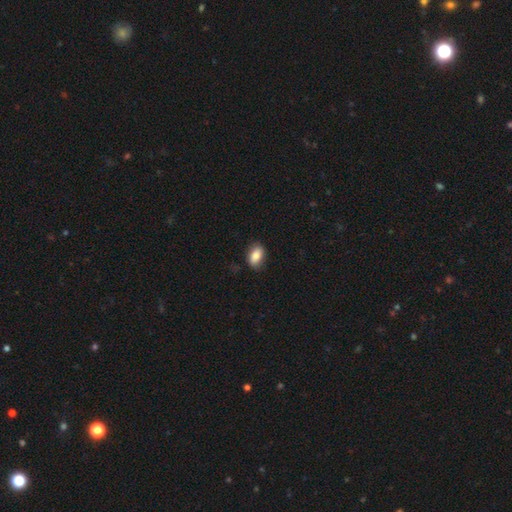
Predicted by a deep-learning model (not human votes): Smooth or featured: smooth — 84% (featured or disk — 9%)
How rounded: in between — 87% (round — 10%)
Merging: none — 82% (minor disturbance — 14%)